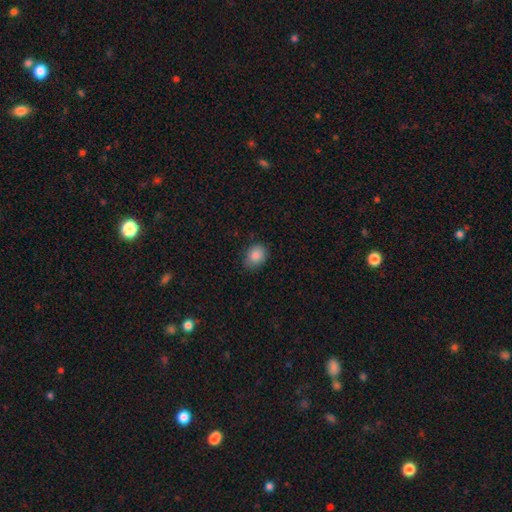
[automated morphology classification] The model was most divided on "how rounded": in between: 52%, round: 47%, cigar-shaped: 1%. More confident: smooth or featured — smooth (87%); merging — none (77%).